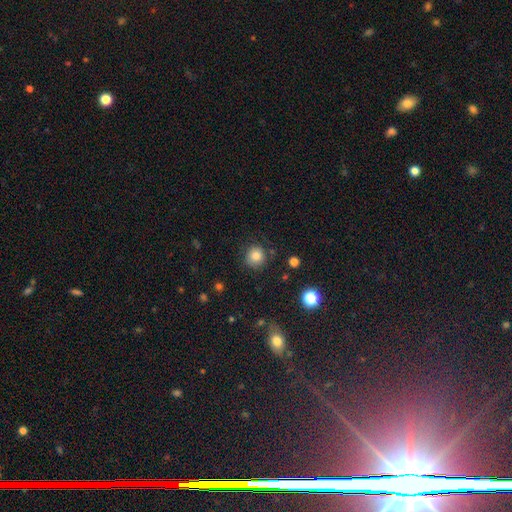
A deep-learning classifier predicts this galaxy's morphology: smooth 82%, star or artifact 12%, featured or disk 6%. Down the decision tree: how rounded — round (91%); merging — none (82%).